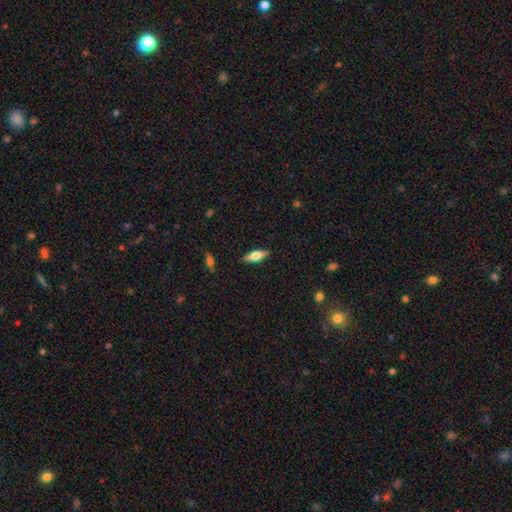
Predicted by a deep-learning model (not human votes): A smooth galaxy with no disk features (50%) that is in between round and cigar-shaped (53%). Merging: none (88%).